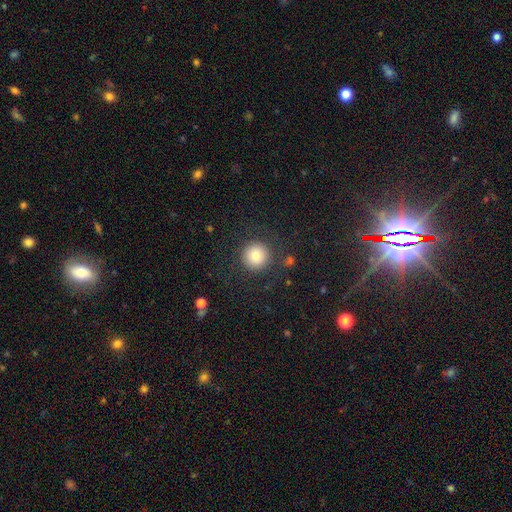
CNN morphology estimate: Smooth or featured: smooth — 78% (star or artifact — 11%)
How rounded: round — 96% (in between — 3%)
Merging: none — 88% (minor disturbance — 7%)